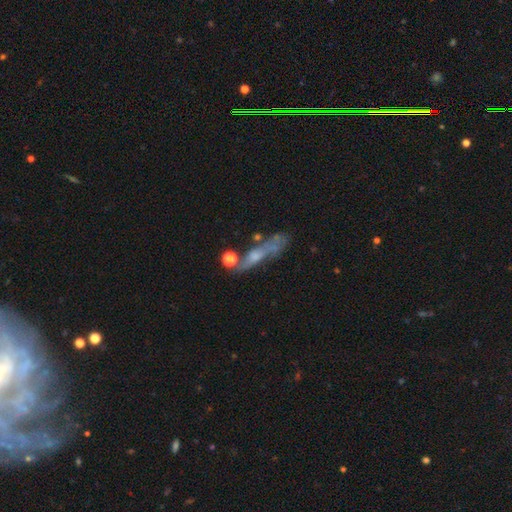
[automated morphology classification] smooth_or_featured: featured or disk (p=0.51) [alt: smooth p=0.33]
disk_edge_on: no (p=0.52) [alt: yes p=0.48]
merging: none (p=0.40) [alt: major disturbance p=0.24]